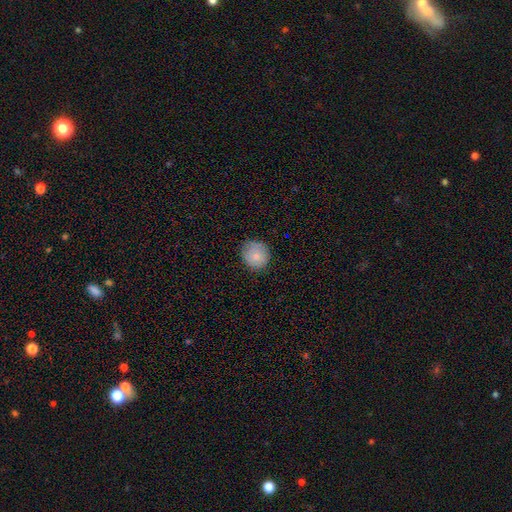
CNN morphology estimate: Smooth or featured? Predicted: smooth (p=0.77). How rounded? Predicted: round (p=0.89). Merging? Predicted: none (p=0.79).